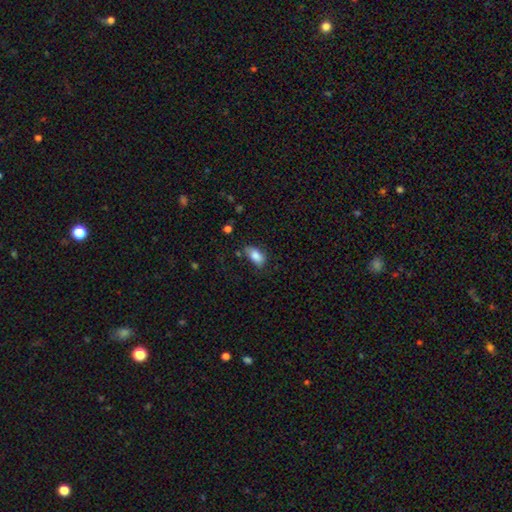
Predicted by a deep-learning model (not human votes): A smooth galaxy with no disk features (85%) that is in between round and cigar-shaped (91%). Merging: none (66%).